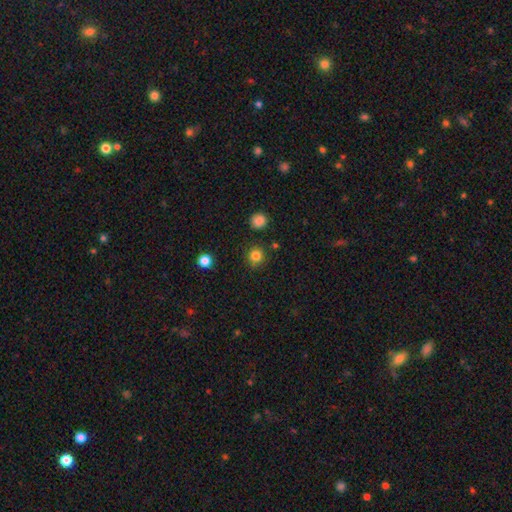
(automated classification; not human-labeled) smooth-or-featured: smooth: 83% | star or artifact: 13% | featured or disk: 4%
  how-rounded: round: 92% | in between: 7% | cigar-shaped: 1%
  merging: none: 87% | minor disturbance: 8% | major disturbance: 3% | merger: 3%